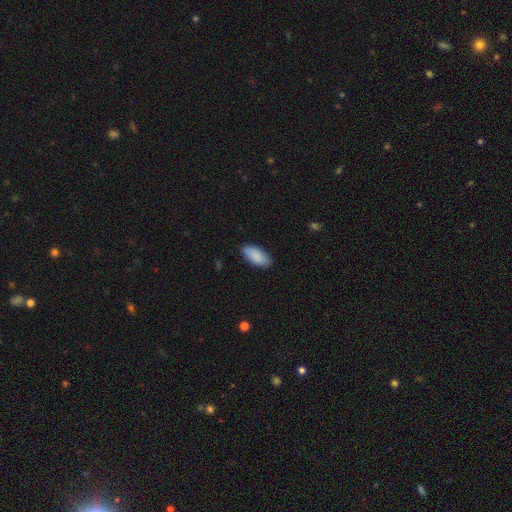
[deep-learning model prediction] A smooth galaxy with no disk features (88%) that is in between round and cigar-shaped (89%). Merging: none (83%).